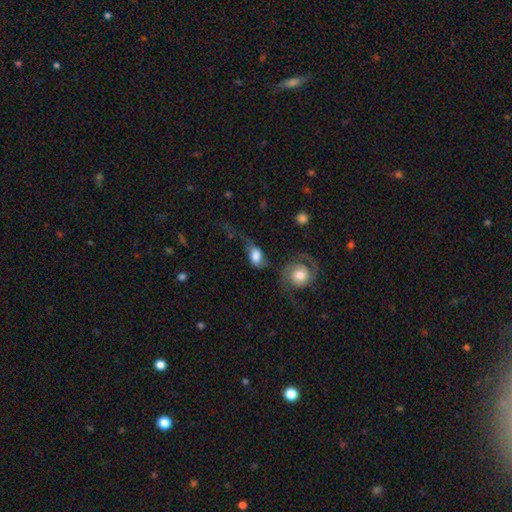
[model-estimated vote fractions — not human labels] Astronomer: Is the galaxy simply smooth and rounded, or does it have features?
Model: smooth — 58% (runner-up: featured or disk, 34%).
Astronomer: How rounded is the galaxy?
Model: in between — 78%.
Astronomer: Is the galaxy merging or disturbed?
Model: major disturbance — 35% (runner-up: none, 24%).